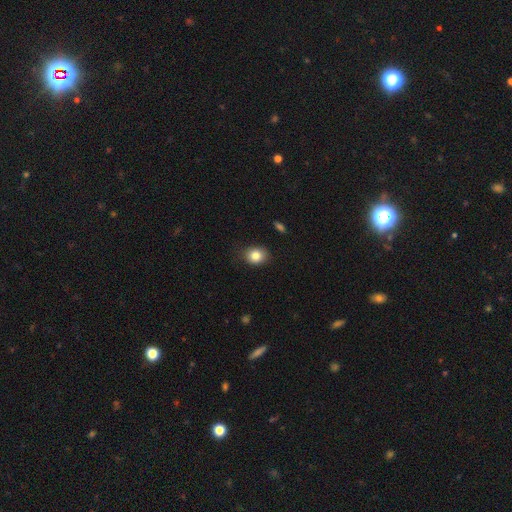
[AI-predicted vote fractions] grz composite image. It shows a smooth galaxy with no disk features (84%) that is round (53%). Merging: none (81%).